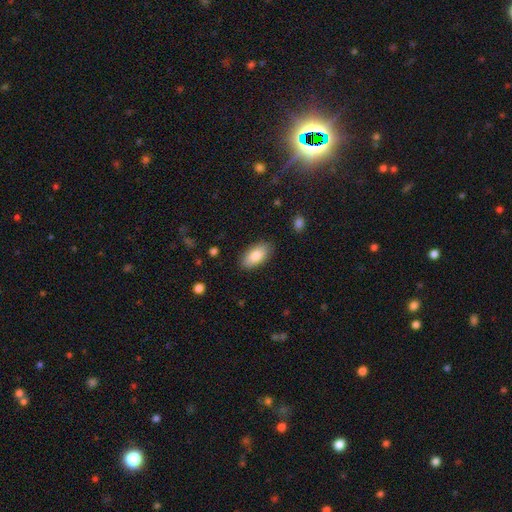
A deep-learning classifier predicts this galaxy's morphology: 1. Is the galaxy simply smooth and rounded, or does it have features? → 84% smooth, 9% featured or disk, 6% star or artifact.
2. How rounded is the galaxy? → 92% in between, 5% cigar-shaped, 3% round.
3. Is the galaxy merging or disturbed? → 86% none, 10% minor disturbance, 2% major disturbance, 1% merger.